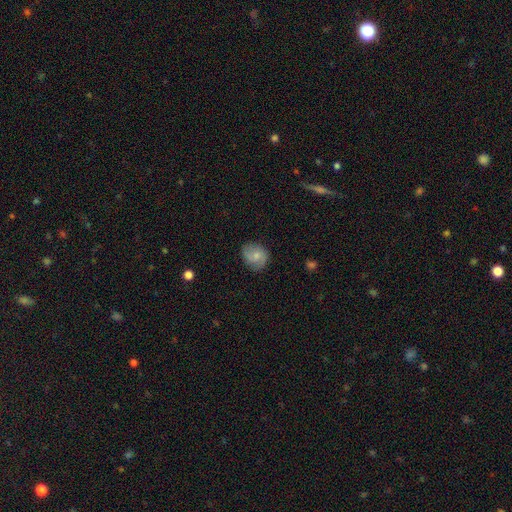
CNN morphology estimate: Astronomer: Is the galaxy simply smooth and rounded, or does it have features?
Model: smooth — 53% (runner-up: featured or disk, 39%).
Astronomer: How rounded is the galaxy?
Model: round — 69%.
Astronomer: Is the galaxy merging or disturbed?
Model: none — 72%.